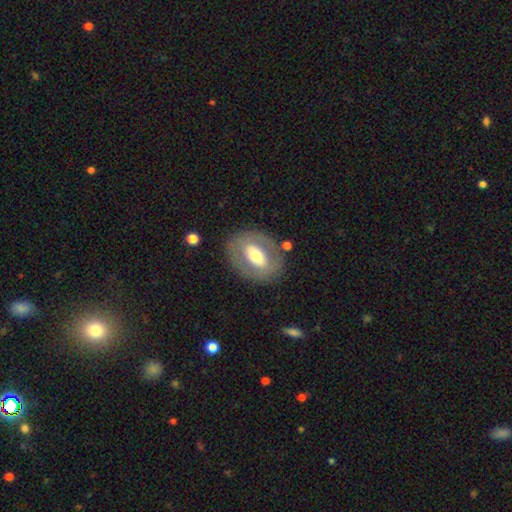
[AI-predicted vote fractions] Smooth or featured? featured or disk (50%)
Edge-on disk? no (90%)
Merging? none (79%)